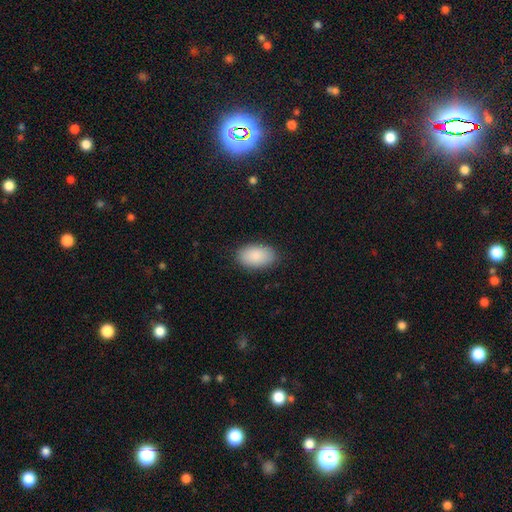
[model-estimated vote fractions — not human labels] A smooth galaxy with no disk features (90%) that is in between round and cigar-shaped (93%). Merging: none (87%).